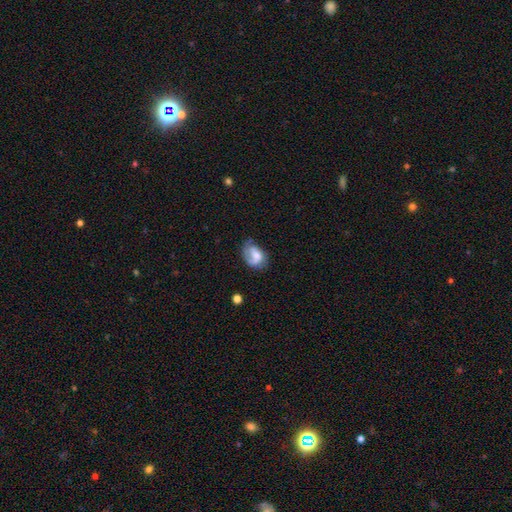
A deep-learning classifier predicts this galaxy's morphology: Overall: featured or disk (53%; smooth 39%). Edge-on disk: no (97%). Bar: no (54%; weak 37%). Spiral arms: yes (81%). Bulge size: moderate (40%; small 27%). Merging: none (48%; minor disturbance 29%).